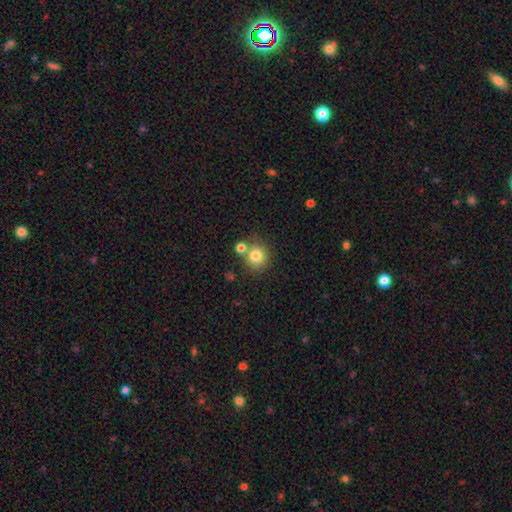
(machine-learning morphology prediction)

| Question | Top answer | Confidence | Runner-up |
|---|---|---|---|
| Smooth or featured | smooth | 80% | star or artifact (11%) |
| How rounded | round | 88% | in between (11%) |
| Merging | none | 66% | merger (21%) |